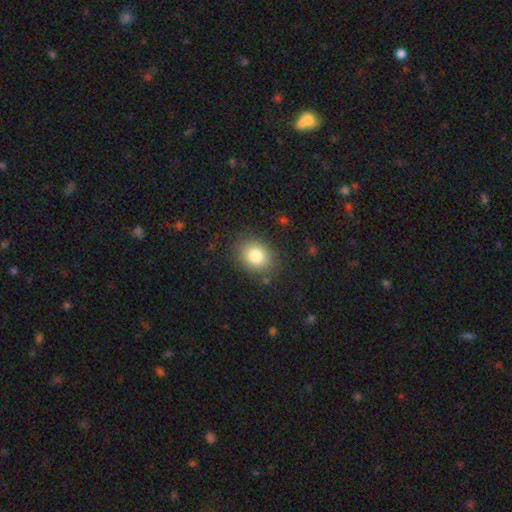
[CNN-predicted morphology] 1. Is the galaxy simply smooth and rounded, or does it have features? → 82% smooth, 10% star or artifact, 8% featured or disk.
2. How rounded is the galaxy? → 51% in between, 49% round, 1% cigar-shaped.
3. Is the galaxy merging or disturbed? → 85% none, 10% minor disturbance, 4% major disturbance, 1% merger.